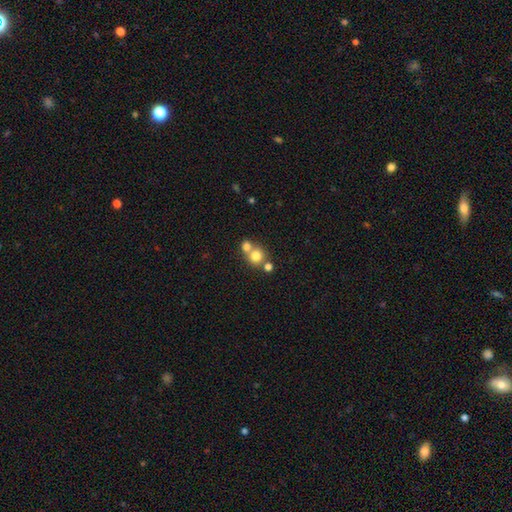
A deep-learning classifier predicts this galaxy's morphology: Smooth or featured?
  - smooth: 76% *
  - star or artifact: 12%
  - featured or disk: 12%
How rounded?
  - round: 87% *
  - in between: 13%
  - cigar-shaped: 1%
Merging?
  - merger: 46% *
  - none: 45%
  - minor disturbance: 6%
  - major disturbance: 3%